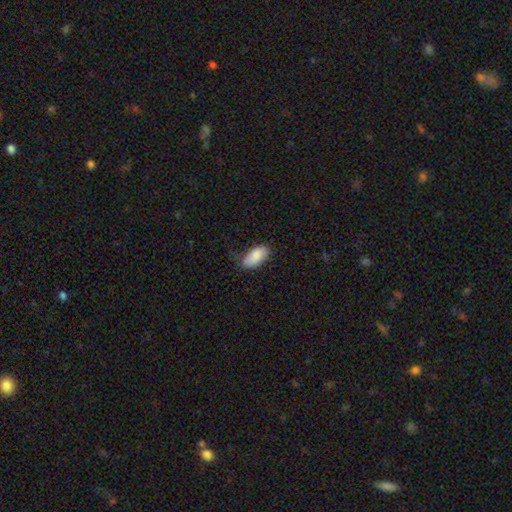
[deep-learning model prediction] Smooth or featured? smooth (86%)
How rounded? in between (93%)
Merging? none (62%)